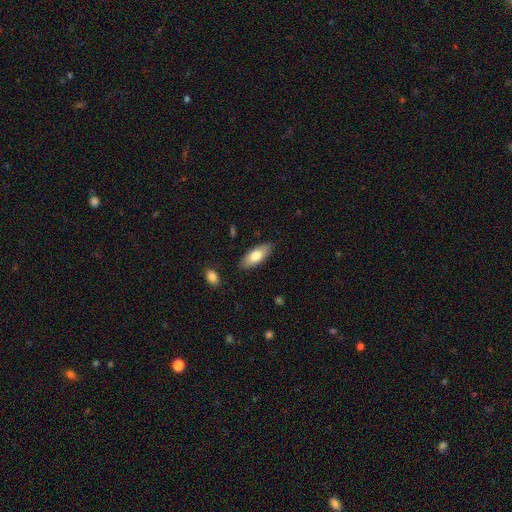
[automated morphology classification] type=smooth (77%); roundness=in between (79%); merging=none (86%).